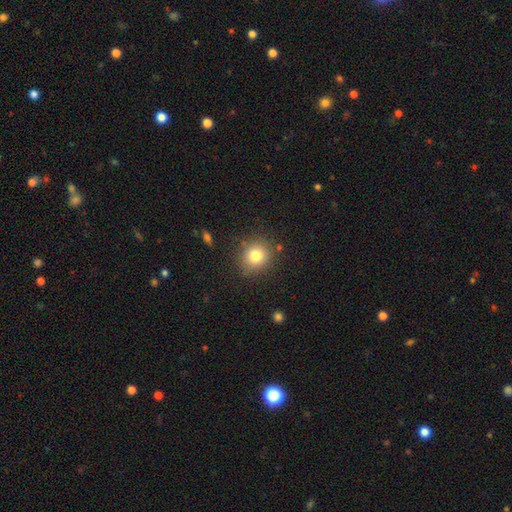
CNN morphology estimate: Overall: smooth (79%). How rounded: round (85%). Merging: none (85%).